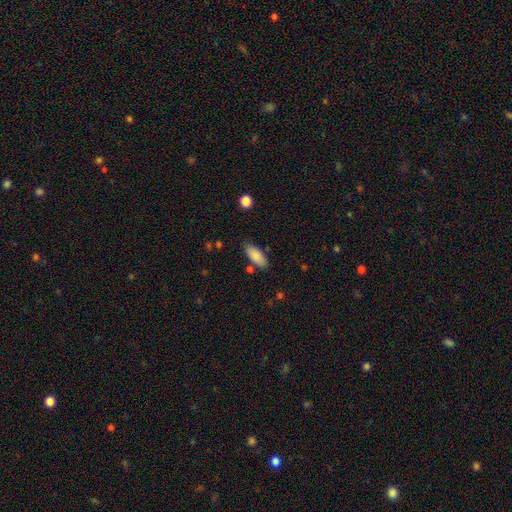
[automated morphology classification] Smooth or featured? Predicted: smooth (p=0.85). How rounded? Predicted: in between (p=0.81). Merging? Predicted: none (p=0.78).